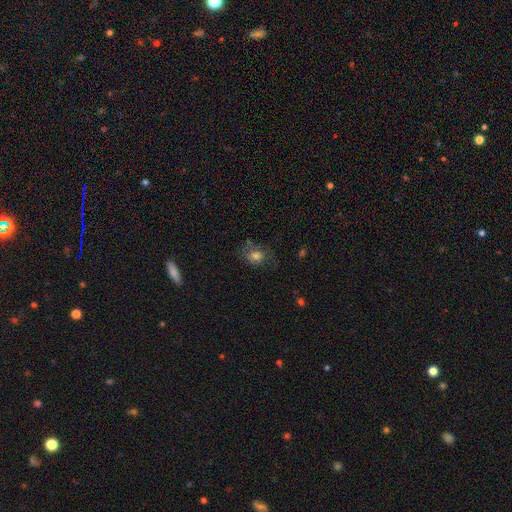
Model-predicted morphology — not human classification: A smooth galaxy with no disk features (69%) that is in between round and cigar-shaped (54%). Merging: none (57%).